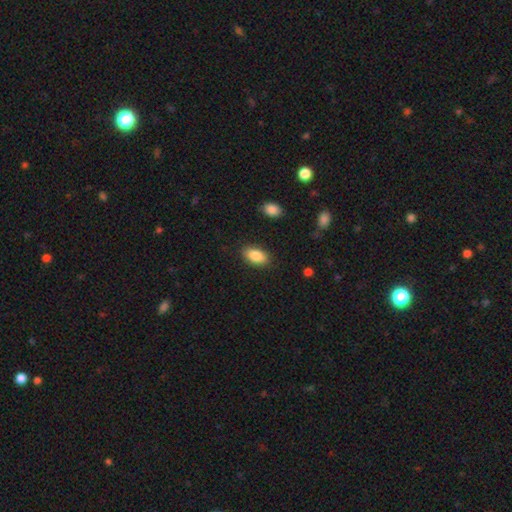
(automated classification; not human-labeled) Smooth or featured?
  - smooth: 87% *
  - star or artifact: 7%
  - featured or disk: 6%
How rounded?
  - in between: 92% *
  - round: 4%
  - cigar-shaped: 4%
Merging?
  - none: 86% *
  - minor disturbance: 10%
  - major disturbance: 3%
  - merger: 1%